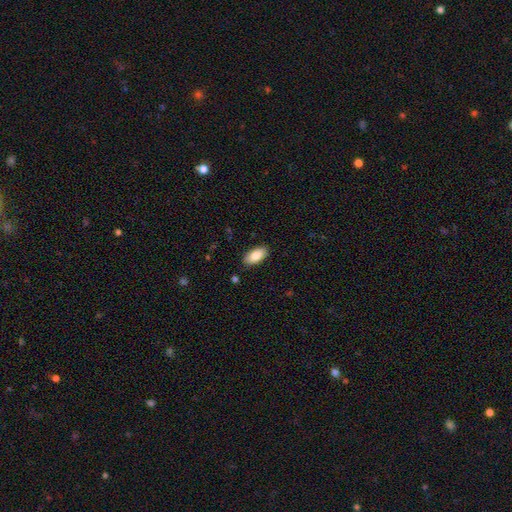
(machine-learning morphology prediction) Q: Smooth or featured?
A: smooth (85%); runner-up: featured or disk (8%)
Q: How rounded?
A: in between (92%); runner-up: cigar-shaped (6%)
Q: Merging?
A: none (88%); runner-up: minor disturbance (9%)